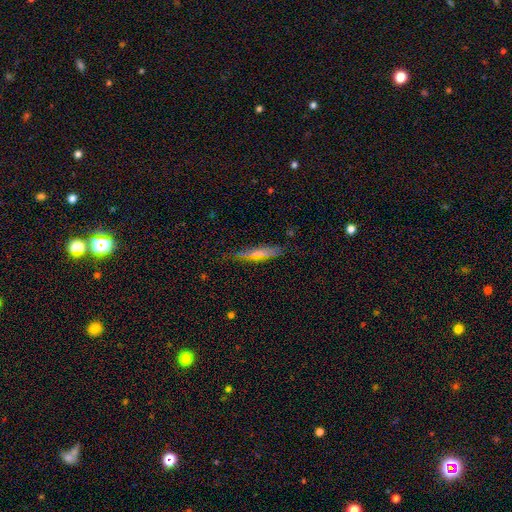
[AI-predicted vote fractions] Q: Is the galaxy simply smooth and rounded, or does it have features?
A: featured or disk — 48%.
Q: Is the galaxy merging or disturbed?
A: none — 81%.